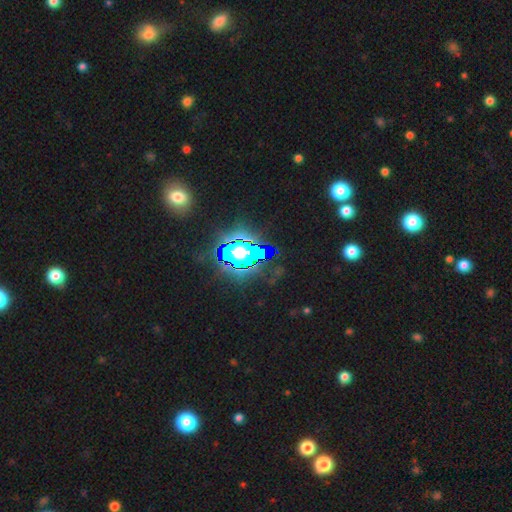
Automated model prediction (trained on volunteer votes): Smooth or featured? star or artifact (78%)